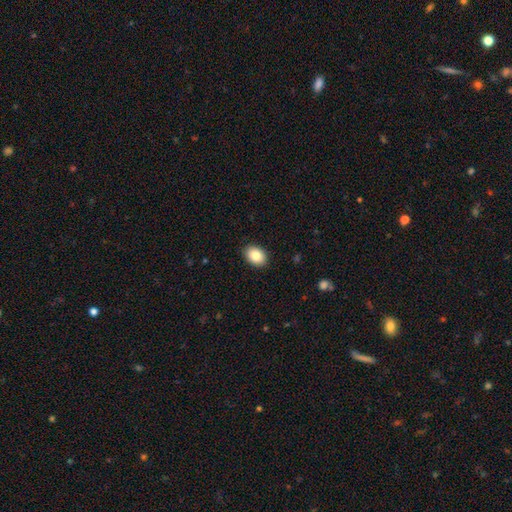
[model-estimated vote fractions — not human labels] This is clearly a smooth galaxy (85%). How rounded: likely in between (73%). Merging: clearly none (90%).